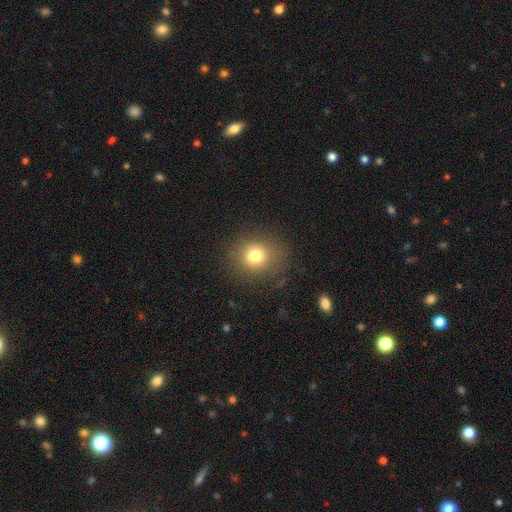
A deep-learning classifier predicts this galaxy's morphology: smooth-or-featured: smooth: 76% | star or artifact: 13% | featured or disk: 11%
  how-rounded: round: 73% | in between: 26% | cigar-shaped: 1%
  merging: none: 77% | minor disturbance: 14% | major disturbance: 7% | merger: 2%